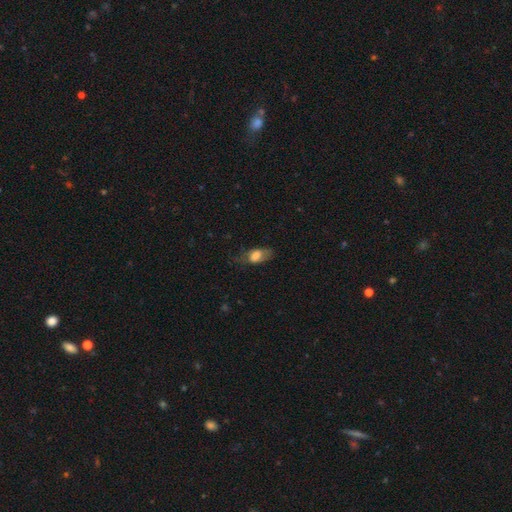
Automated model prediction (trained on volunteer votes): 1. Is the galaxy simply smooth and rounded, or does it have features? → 69% smooth, 22% featured or disk, 9% star or artifact.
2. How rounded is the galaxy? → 85% in between, 10% cigar-shaped, 6% round.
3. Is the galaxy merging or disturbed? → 52% none, 28% minor disturbance, 19% major disturbance, 2% merger.